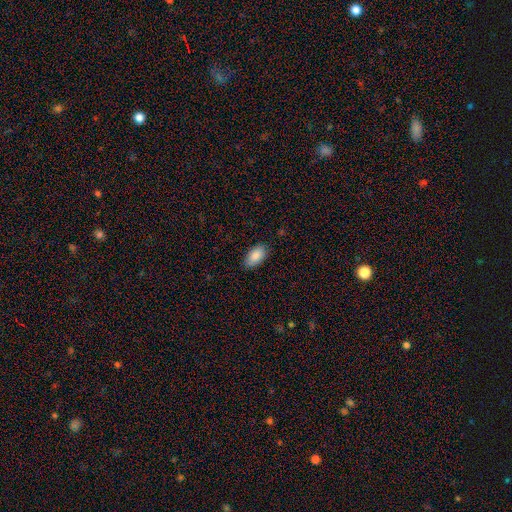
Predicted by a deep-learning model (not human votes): Smooth or featured?
  - smooth: 87% *
  - featured or disk: 6%
  - star or artifact: 6%
How rounded?
  - in between: 95% *
  - round: 3%
  - cigar-shaped: 2%
Merging?
  - none: 85% *
  - minor disturbance: 12%
  - major disturbance: 2%
  - merger: 1%